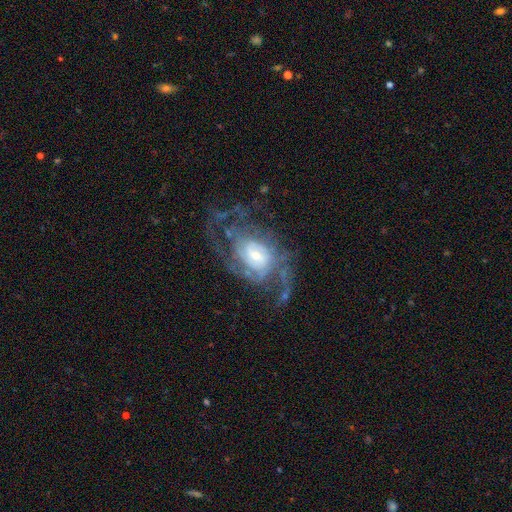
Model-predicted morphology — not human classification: Smooth or featured?
  - featured or disk: 84% *
  - smooth: 9%
  - star or artifact: 7%
Edge-on disk?
  - no: 96% *
  - yes: 4%
Bar?
  - no: 51% *
  - weak: 39%
  - strong: 11%
Spiral arms?
  - yes: 91% *
  - no: 9%
Spiral winding?
  - tight: 45% *
  - medium: 37%
  - loose: 19%
Spiral arm count?
  - can't tell: 39% *
  - 2: 23%
  - 3: 14%
  - 4: 11%
  - more than 4: 7%
  - 1: 7%
Bulge size?
  - small: 49% *
  - moderate: 40%
  - large: 7%
  - none: 2%
  - dominant: 1%
Merging?
  - none: 52% *
  - major disturbance: 28%
  - minor disturbance: 18%
  - merger: 3%